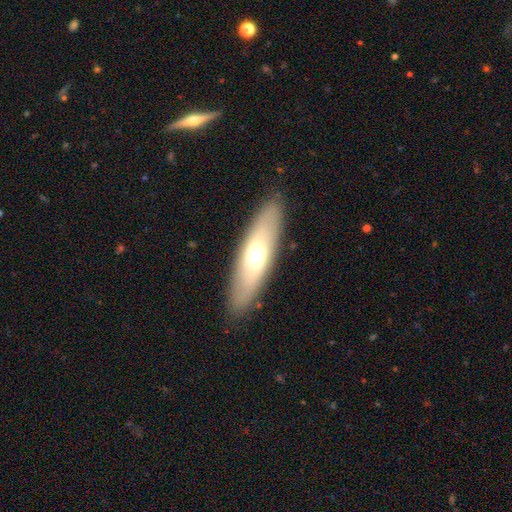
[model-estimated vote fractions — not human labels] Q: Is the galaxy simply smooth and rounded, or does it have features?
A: smooth — 56%.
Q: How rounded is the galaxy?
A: cigar-shaped — 50%.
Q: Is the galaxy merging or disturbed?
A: none — 88%.